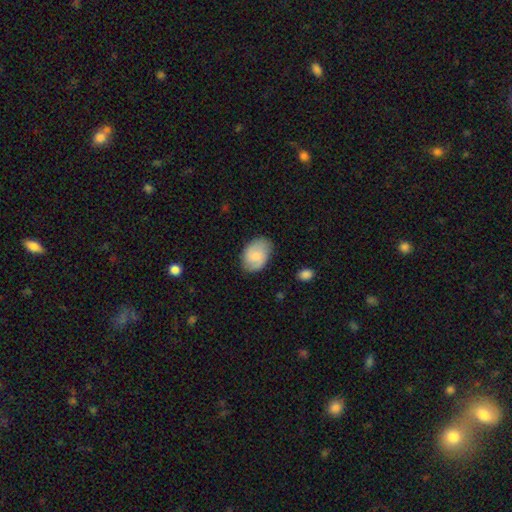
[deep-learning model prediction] Morphology: type=smooth (57%); roundness=in between (80%); merging=none (78%).